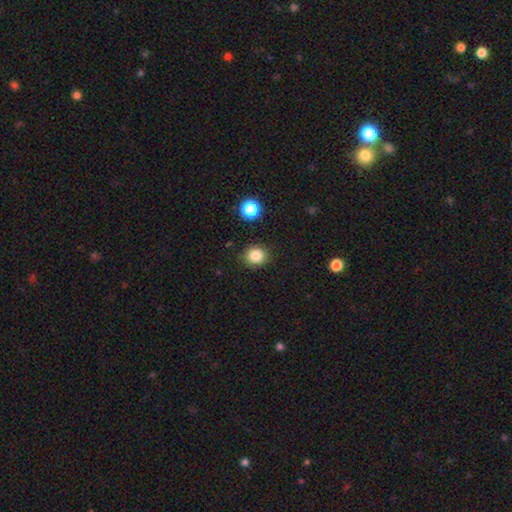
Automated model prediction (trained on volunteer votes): Smooth or featured? Predicted: smooth (p=0.83). How rounded? Predicted: round (p=0.81). Merging? Predicted: none (p=0.88).